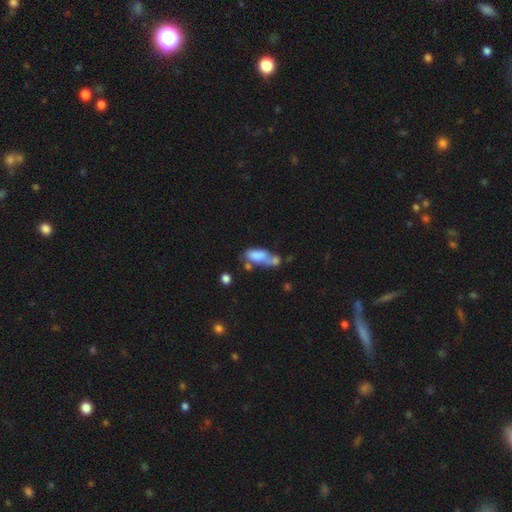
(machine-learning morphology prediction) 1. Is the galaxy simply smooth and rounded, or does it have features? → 68% smooth, 22% featured or disk, 10% star or artifact.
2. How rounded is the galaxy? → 79% in between, 17% cigar-shaped, 4% round.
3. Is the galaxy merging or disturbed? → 43% merger, 23% none, 17% minor disturbance, 17% major disturbance.